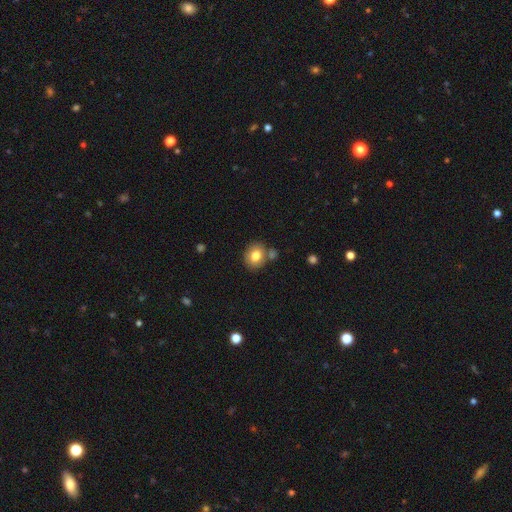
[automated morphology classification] Overall: smooth (80%). How rounded: round (58%; in between 41%). Merging: none (70%).